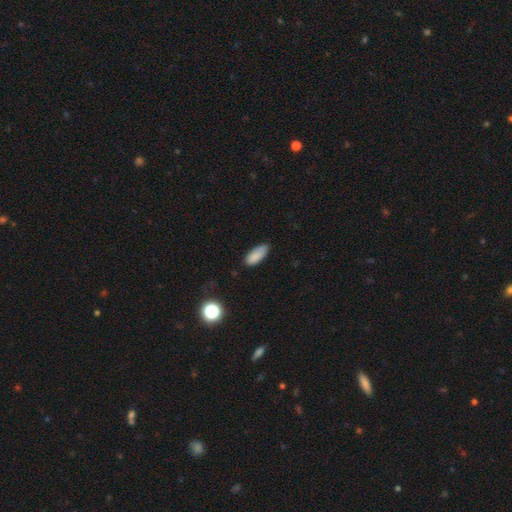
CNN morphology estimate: type=smooth (86%); roundness=in between (81%); merging=none (76%).